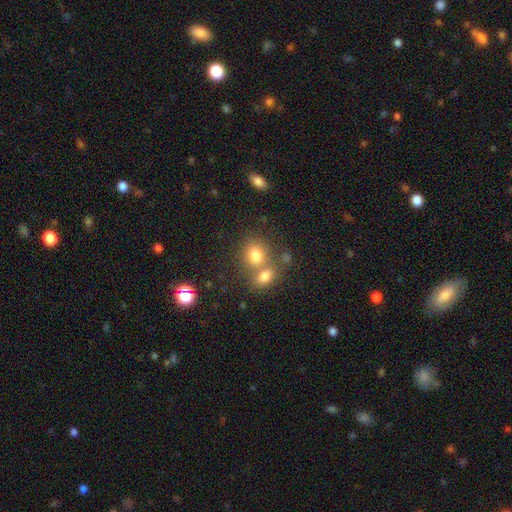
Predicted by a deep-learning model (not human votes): smooth_or_featured: smooth (p=0.78) [alt: star or artifact p=0.12]
how_rounded: round (p=0.55) [alt: in between p=0.44]
merging: merger (p=0.46) [alt: none p=0.42]